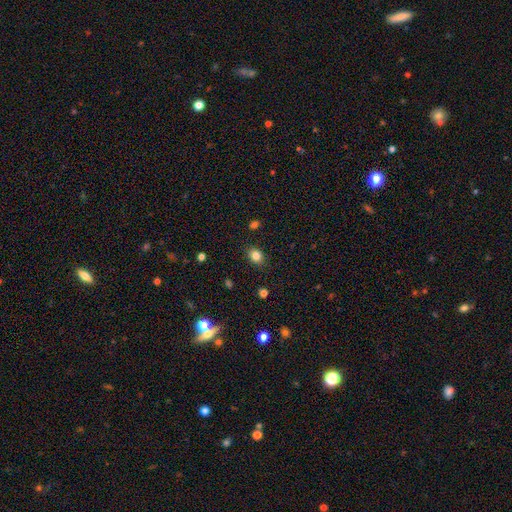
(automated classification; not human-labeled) A smooth galaxy with no disk features (83%) that is in between round and cigar-shaped (51%).

Vote fractions:
- Smooth or featured? smooth: 83% / star or artifact: 11% / featured or disk: 6%
- How rounded? in between: 51% / round: 48% / cigar-shaped: 1%
- Merging? none: 87% / minor disturbance: 10% / major disturbance: 2% / merger: 1%